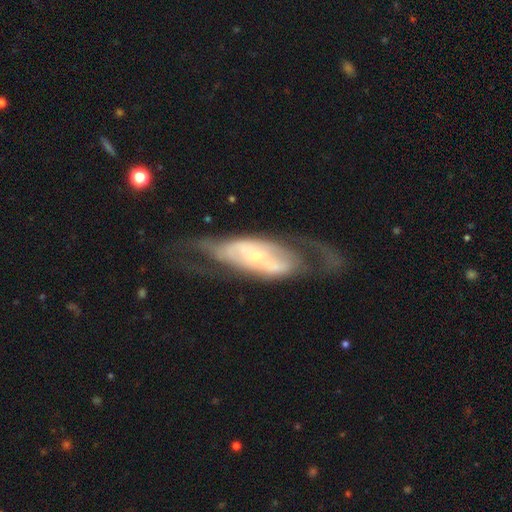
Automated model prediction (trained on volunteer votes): A featured or disk galaxy (76%) with no bar (50%), spiral arms (66%) and a small central bulge (70%). Merging: none (52%).